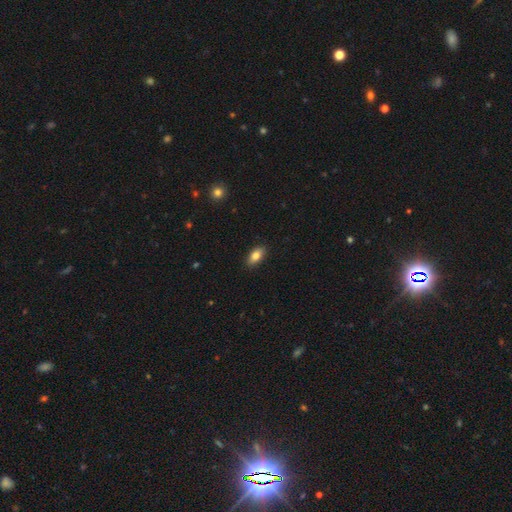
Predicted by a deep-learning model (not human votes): smooth_or_featured: smooth (p=0.82) [alt: featured or disk p=0.11]
how_rounded: in between (p=0.89) [alt: cigar-shaped p=0.07]
merging: none (p=0.89) [alt: minor disturbance p=0.08]